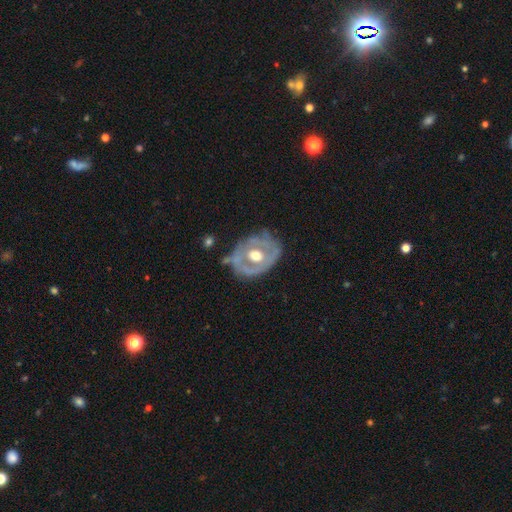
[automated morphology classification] Smooth or featured? featured or disk (67%)
Edge-on disk? no (95%)
Bar? no (80%)
Spiral arms? no (70%)
Bulge size? moderate (74%)
Merging? none (57%)